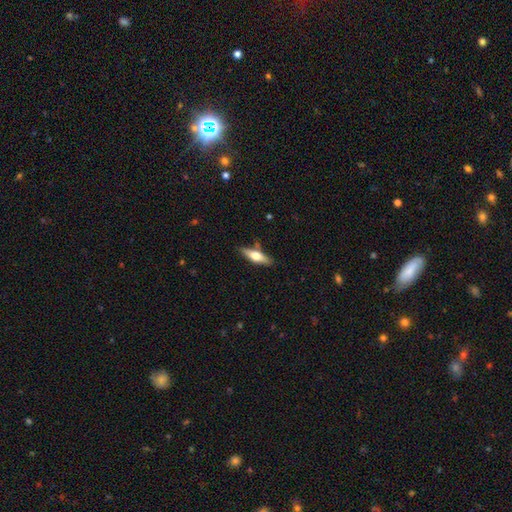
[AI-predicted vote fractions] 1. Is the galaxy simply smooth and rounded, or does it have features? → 51% featured or disk, 43% smooth, 6% star or artifact.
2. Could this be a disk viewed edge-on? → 93% yes, 7% no.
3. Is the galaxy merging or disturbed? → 80% none, 13% minor disturbance, 4% merger, 3% major disturbance.